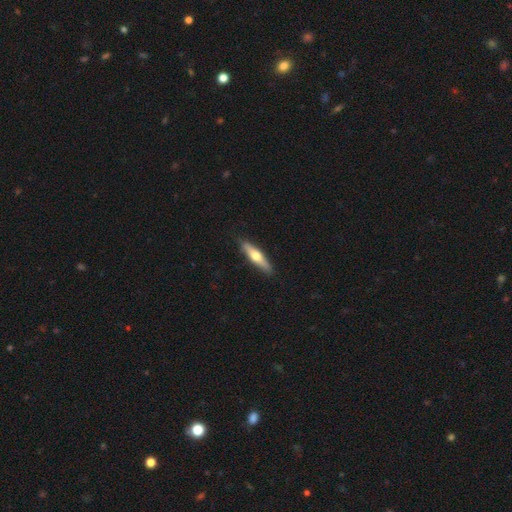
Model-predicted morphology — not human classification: A smooth galaxy with no disk features (50%). Merging: none (88%).